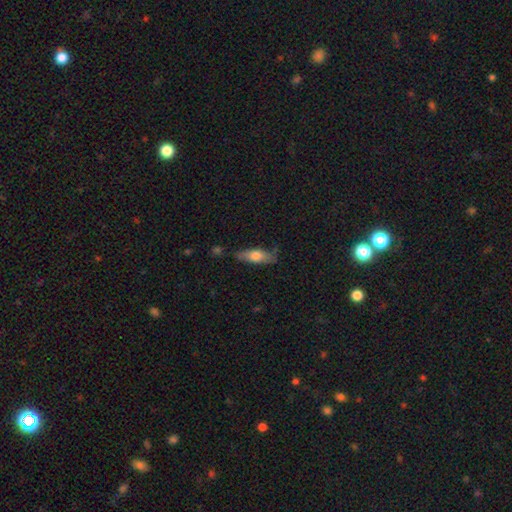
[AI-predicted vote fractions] Morphology: type=smooth (63%); roundness=in between (57%); merging=none (73%).